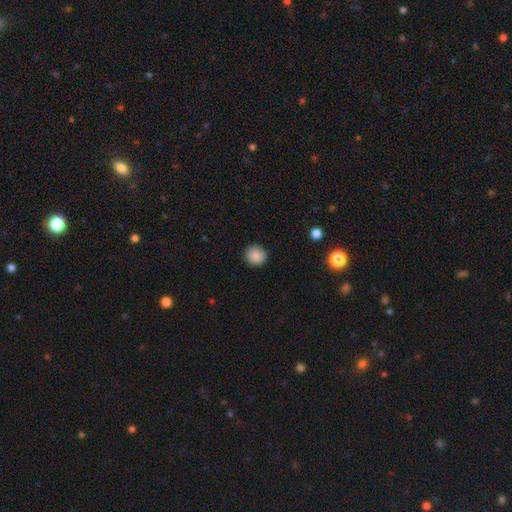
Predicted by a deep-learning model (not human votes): This is clearly a smooth galaxy (88%). How rounded: clearly round (91%). Merging: clearly none (91%).